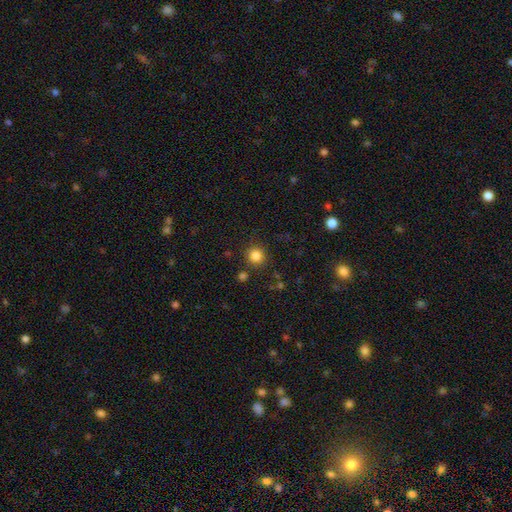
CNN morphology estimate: Smooth or featured? Predicted: smooth (p=0.84). How rounded? Predicted: round (p=0.93). Merging? Predicted: none (p=0.87).